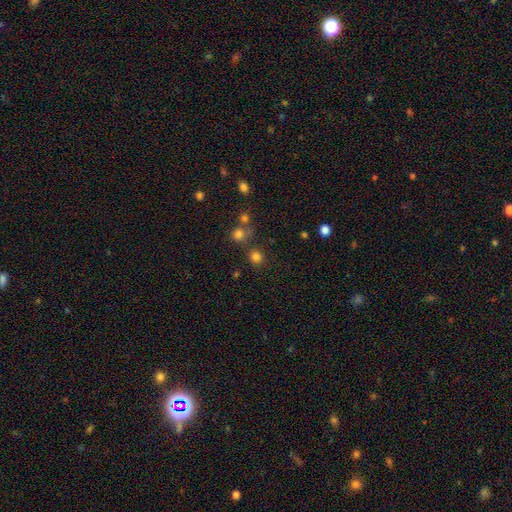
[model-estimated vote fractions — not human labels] This appears to be a smooth galaxy with no disk features (73%) that is round (91%). Merging: none (75%).